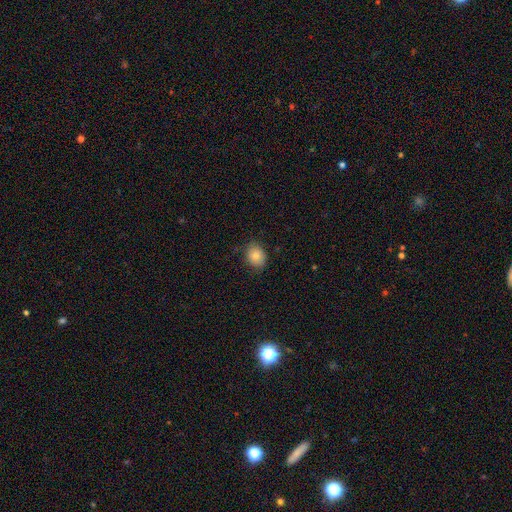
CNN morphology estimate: Smooth or featured? Predicted: smooth (p=0.82). How rounded? Predicted: in between (p=0.51). Merging? Predicted: none (p=0.80).